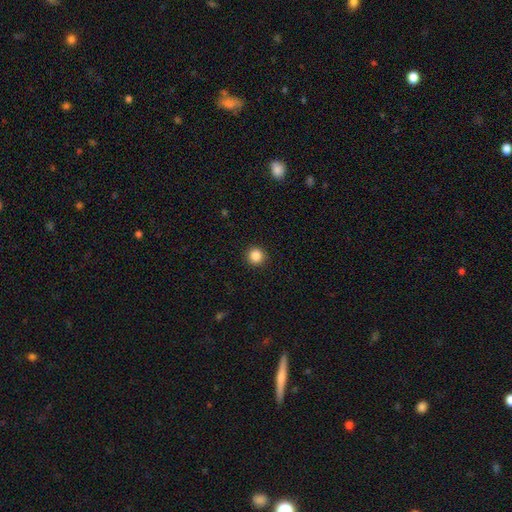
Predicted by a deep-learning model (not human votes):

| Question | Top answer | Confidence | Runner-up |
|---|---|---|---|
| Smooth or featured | smooth | 86% | star or artifact (10%) |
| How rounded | round | 95% | in between (4%) |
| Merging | none | 93% | minor disturbance (5%) |